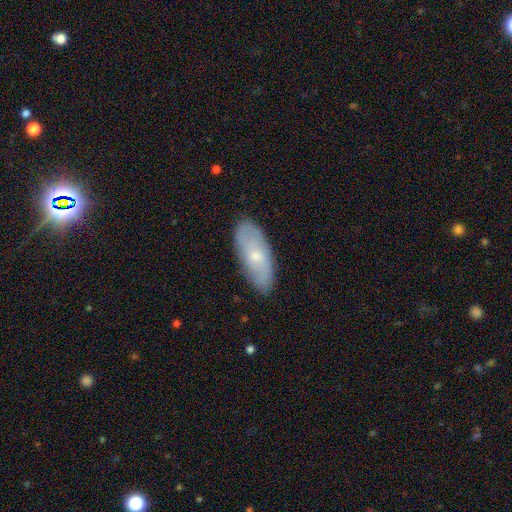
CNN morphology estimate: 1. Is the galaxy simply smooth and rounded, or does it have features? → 49% smooth, 44% featured or disk, 7% star or artifact.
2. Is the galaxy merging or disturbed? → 83% none, 13% minor disturbance, 3% major disturbance, 1% merger.